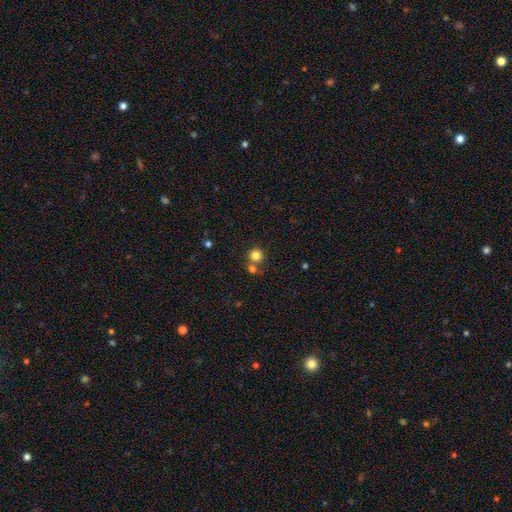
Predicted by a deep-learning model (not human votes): Smooth or featured?
  - smooth: 82% *
  - star or artifact: 11%
  - featured or disk: 7%
How rounded?
  - round: 91% *
  - in between: 8%
  - cigar-shaped: 1%
Merging?
  - none: 60% *
  - merger: 29%
  - minor disturbance: 8%
  - major disturbance: 3%